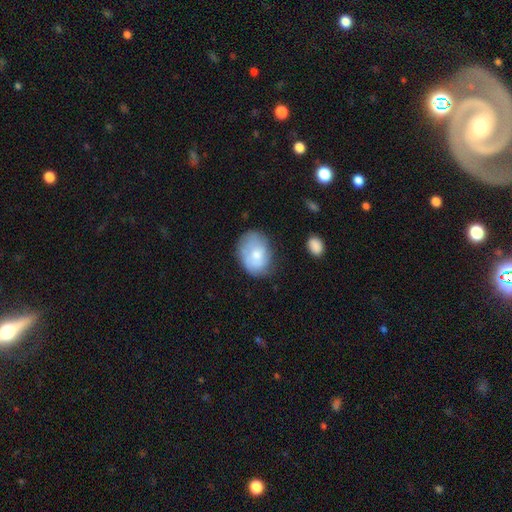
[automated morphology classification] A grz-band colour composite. It shows a smooth galaxy with no disk features (65%) that is in between round and cigar-shaped (70%). Merging: none (60%).